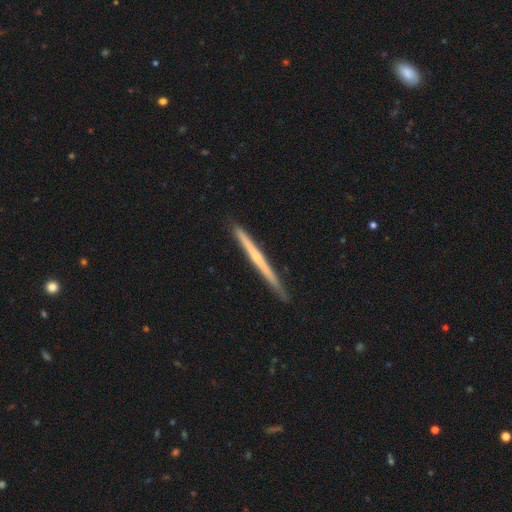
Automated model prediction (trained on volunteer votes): Morphology: type=featured or disk (59%); edge-on=yes (98%); edge-on bulge=none (72%); merging=none (90%).